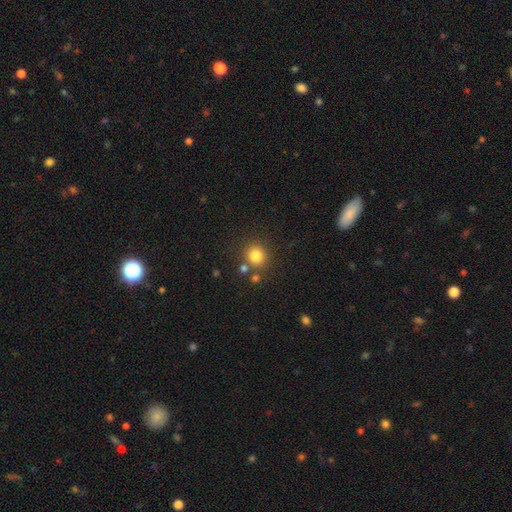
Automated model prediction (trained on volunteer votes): This is clearly a smooth galaxy (81%). How rounded: clearly round (86%). Merging: likely none (77%).